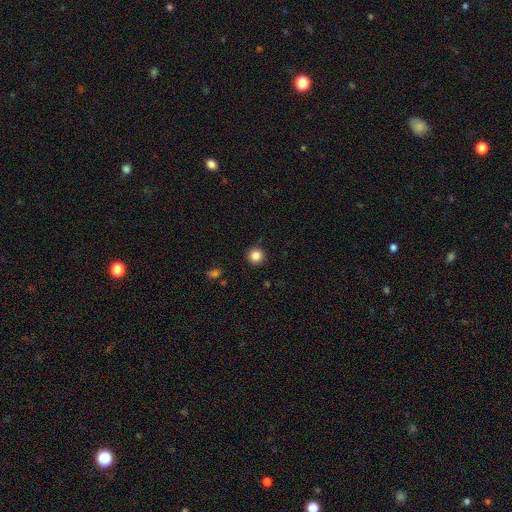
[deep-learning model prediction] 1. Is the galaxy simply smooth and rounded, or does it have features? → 85% smooth, 11% star or artifact, 4% featured or disk.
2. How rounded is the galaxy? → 96% round, 3% in between, 1% cigar-shaped.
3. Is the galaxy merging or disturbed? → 92% none, 5% minor disturbance, 2% major disturbance, 1% merger.